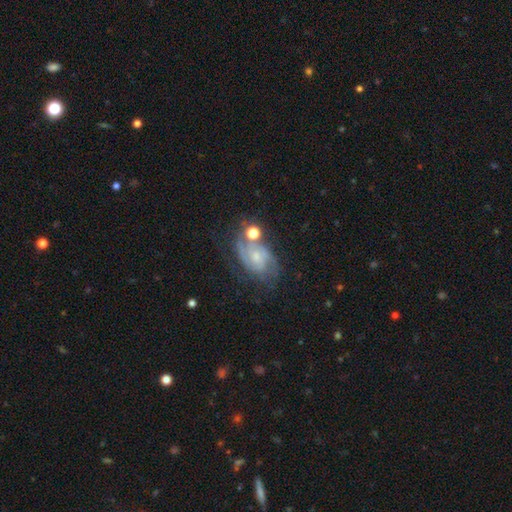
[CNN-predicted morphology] Smooth or featured? featured or disk (75%)
Edge-on disk? no (97%)
Bar? no (57%)
Spiral arms? yes (93%)
Spiral winding? medium (45%)
Spiral arm count? 2 (58%)
Bulge size? small (59%)
Merging? none (56%)